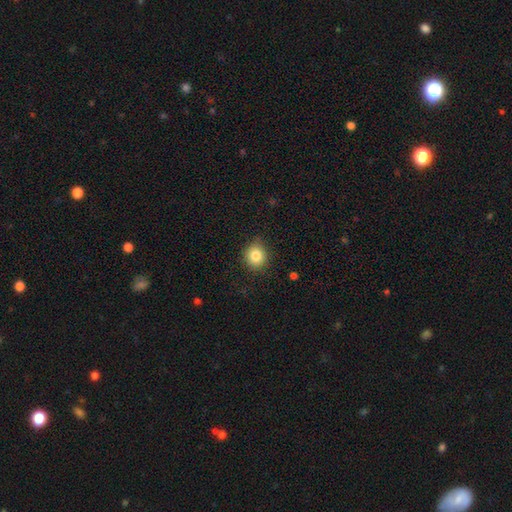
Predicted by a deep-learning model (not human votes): Smooth or featured? smooth (84%)
How rounded? round (83%)
Merging? none (85%)